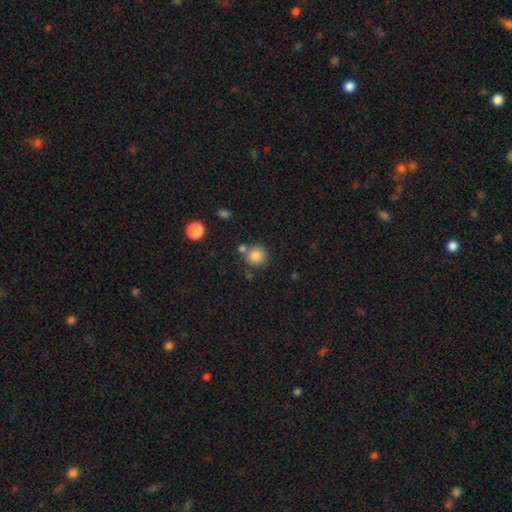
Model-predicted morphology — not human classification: Overall: smooth (84%). How rounded: round (90%). Merging: none (70%).